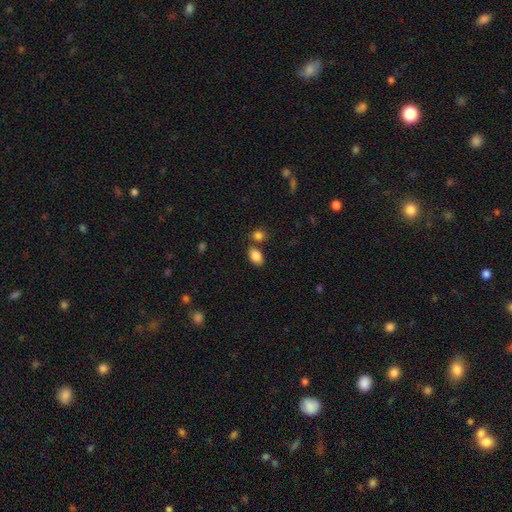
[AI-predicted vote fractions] Smooth or featured: smooth — 86% (star or artifact — 9%)
How rounded: in between — 86% (round — 12%)
Merging: none — 68% (merger — 18%)